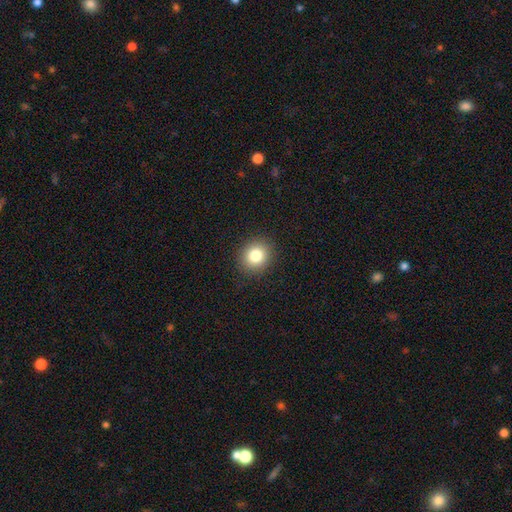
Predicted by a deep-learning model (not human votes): smooth_or_featured: smooth (p=0.82) [alt: star or artifact p=0.11]
how_rounded: round (p=0.78) [alt: in between p=0.21]
merging: none (p=0.90) [alt: minor disturbance p=0.07]